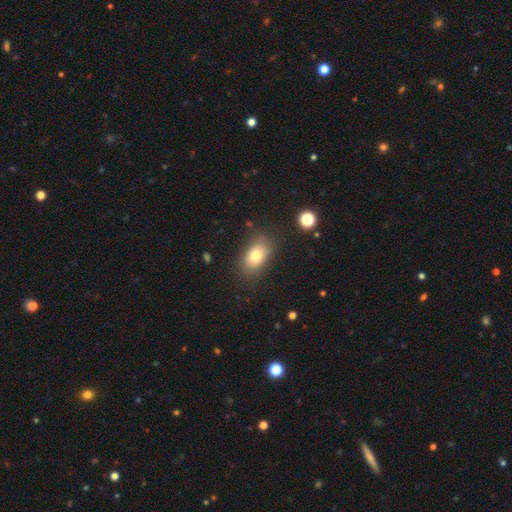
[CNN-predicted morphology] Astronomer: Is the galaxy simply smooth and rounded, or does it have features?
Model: smooth — 77%.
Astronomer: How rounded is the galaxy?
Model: in between — 83%.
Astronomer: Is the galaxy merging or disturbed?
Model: none — 81%.